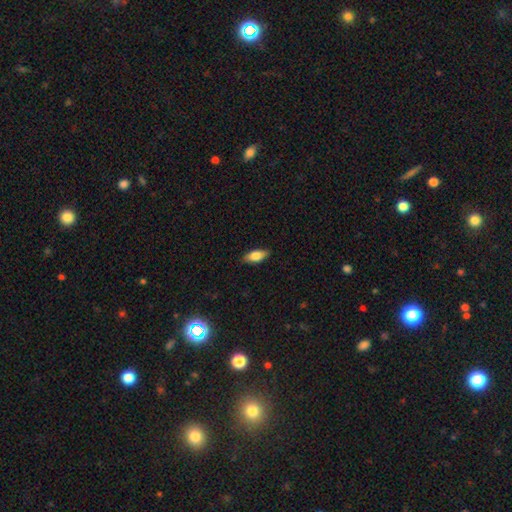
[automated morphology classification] The model was most divided on "smooth or featured": smooth: 78%, featured or disk: 15%, star or artifact: 7%. More confident: merging — none (87%); how rounded — in between (84%).